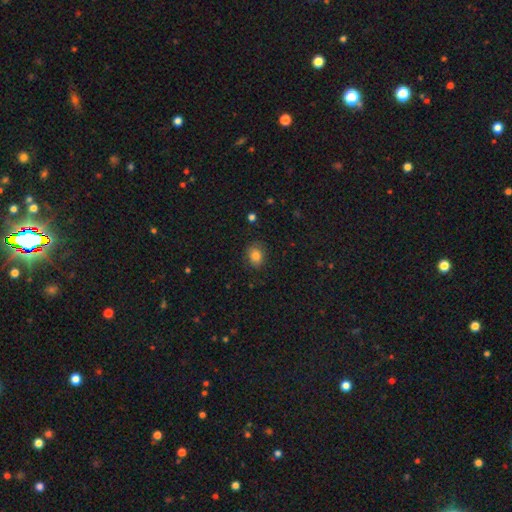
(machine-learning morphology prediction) A smooth galaxy with no disk features (81%) that is in between round and cigar-shaped (50%). Merging: none (82%).